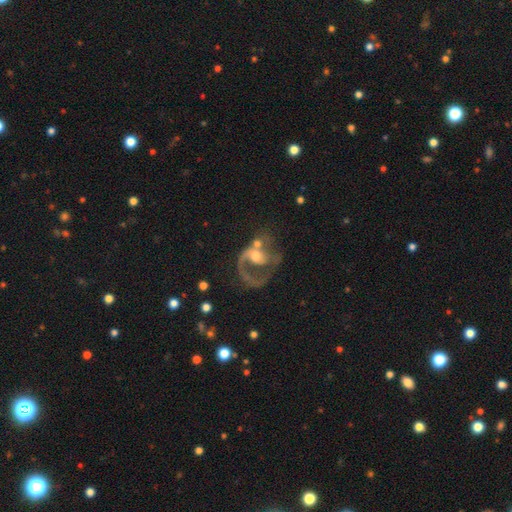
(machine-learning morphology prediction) This is likely a featured or disk galaxy (76%). It is clearly not viewed edge-on (98%). Bar: likely no (66%). Spiral arm pattern: likely yes (79%). Spiral arm count: likely 1 (74%). Spiral winding: marginally loose (43%). Central bulge: likely moderate (60%). Merging: marginally major disturbance (40%).